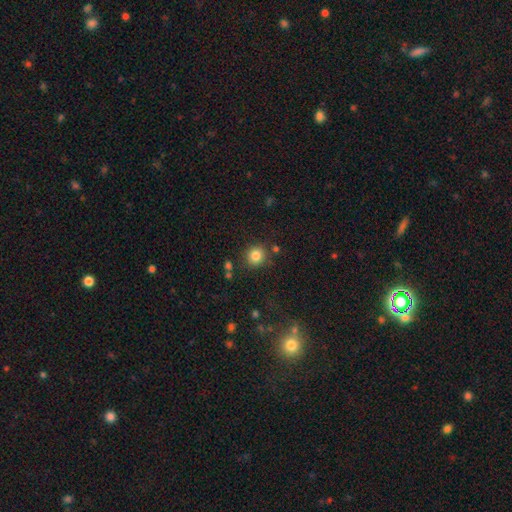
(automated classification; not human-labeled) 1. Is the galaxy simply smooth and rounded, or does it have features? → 83% smooth, 11% star or artifact, 5% featured or disk.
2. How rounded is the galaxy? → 88% round, 11% in between, 1% cigar-shaped.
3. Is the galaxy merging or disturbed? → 83% none, 9% minor disturbance, 5% merger, 4% major disturbance.